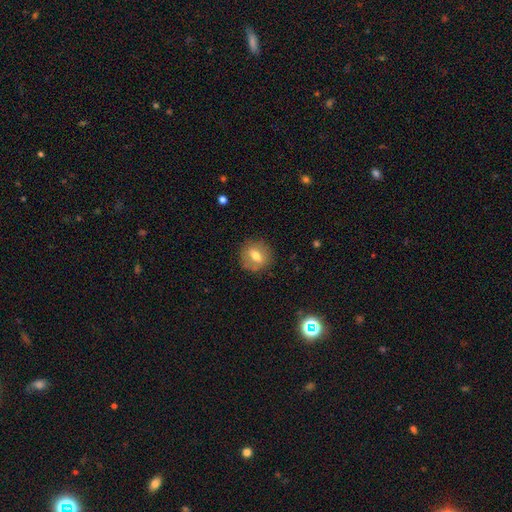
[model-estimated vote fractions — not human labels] The model was most divided on "smooth or featured": smooth: 60%, featured or disk: 31%, star or artifact: 9%. More confident: merging — none (82%); how rounded — round (66%).